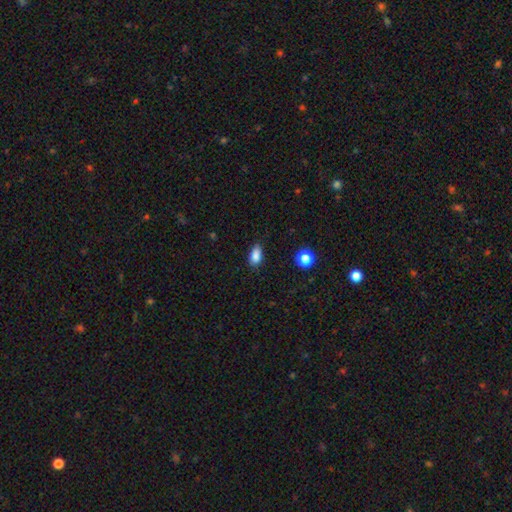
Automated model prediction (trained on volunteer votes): Smooth or featured?
  - smooth: 85% *
  - star or artifact: 10%
  - featured or disk: 5%
How rounded?
  - in between: 87% *
  - round: 8%
  - cigar-shaped: 5%
Merging?
  - none: 73% *
  - minor disturbance: 22%
  - major disturbance: 4%
  - merger: 2%